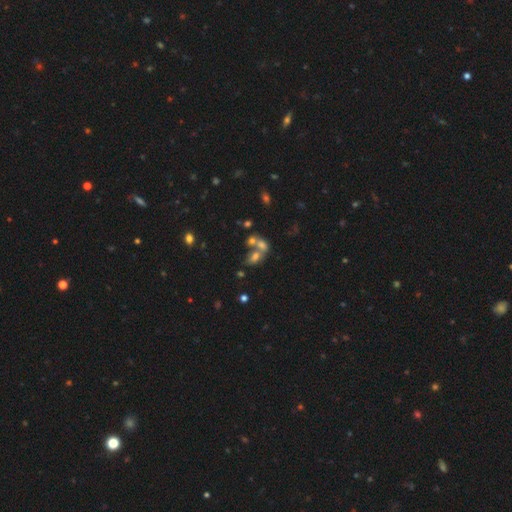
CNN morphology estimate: Smooth or featured? smooth (46%)
Merging? merger (53%)